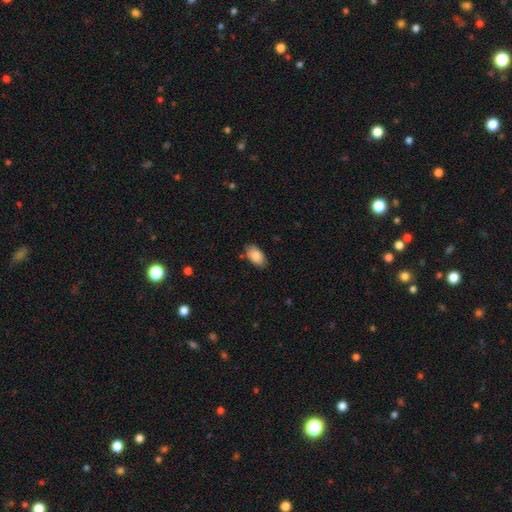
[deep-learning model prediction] Q: Smooth or featured?
A: smooth (87%); runner-up: featured or disk (7%)
Q: How rounded?
A: in between (94%); runner-up: round (4%)
Q: Merging?
A: none (80%); runner-up: minor disturbance (15%)